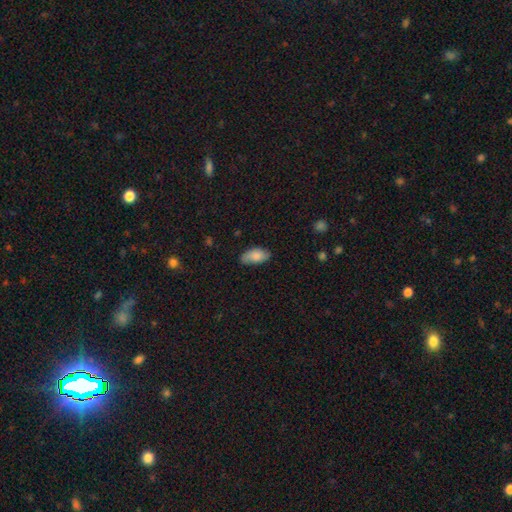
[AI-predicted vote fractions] smooth 78%, featured or disk 15%, star or artifact 7%. Down the decision tree: how rounded — in between (93%); merging — none (70%).